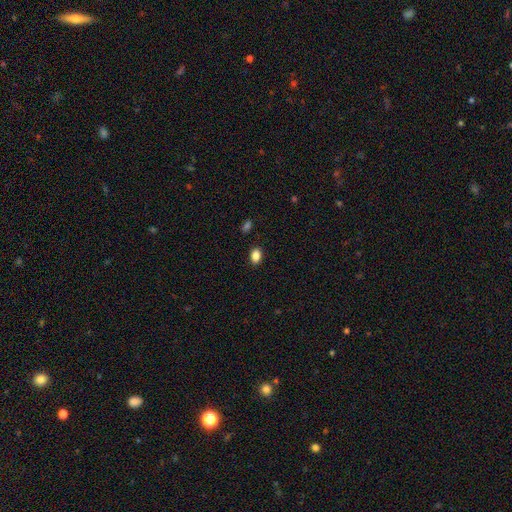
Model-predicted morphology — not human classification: This appears to be a smooth galaxy with no disk features (86%) that is in between round and cigar-shaped (83%). Merging: none (88%).